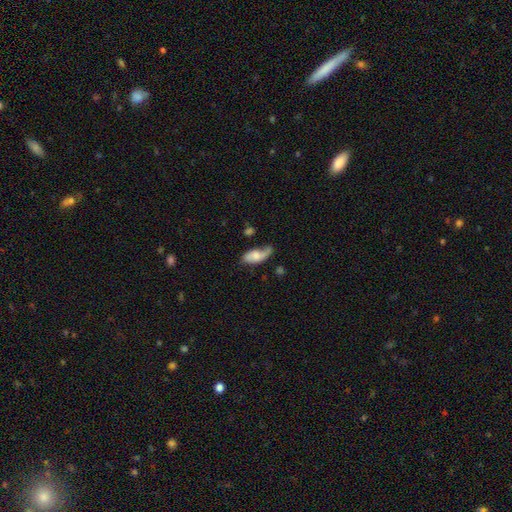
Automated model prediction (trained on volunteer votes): This appears to be a smooth galaxy with no disk features (52%) that is in between round and cigar-shaped (86%). Merging: none (42%).